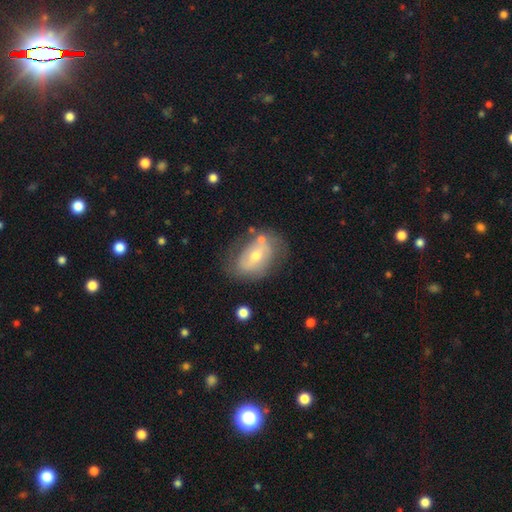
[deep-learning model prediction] smooth-or-featured: featured or disk: 59% | smooth: 33% | star or artifact: 8%
  disk-edge-on: no: 94% | yes: 6%
    bar: no: 44% | weak: 39% | strong: 17%
    has-spiral-arms: yes: 59% | no: 41%
    bulge-size: moderate: 59% | small: 35% | large: 3% | none: 1% | dominant: 1%
  merging: none: 64% | minor disturbance: 21% | major disturbance: 9% | merger: 6%